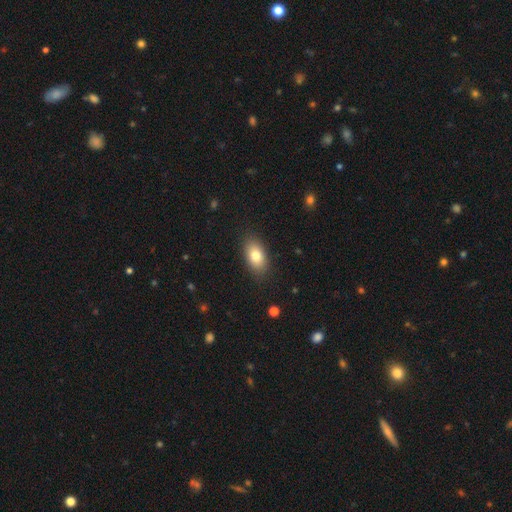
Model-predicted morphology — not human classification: Smooth or featured? Predicted: smooth (p=0.80). How rounded? Predicted: in between (p=0.90). Merging? Predicted: none (p=0.87).